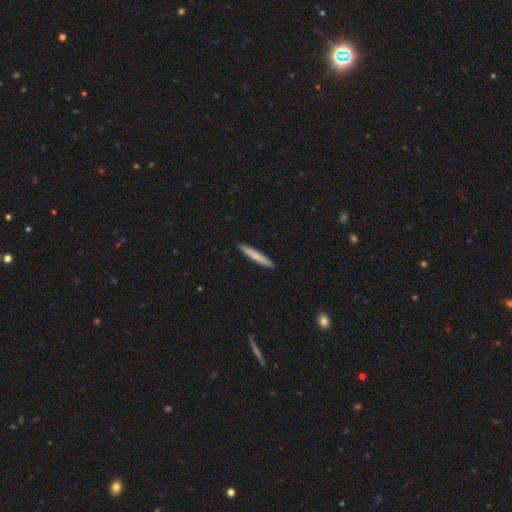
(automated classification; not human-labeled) smooth 77%, featured or disk 18%, star or artifact 5%. Down the decision tree: how rounded — cigar-shaped (96%); merging — none (93%).